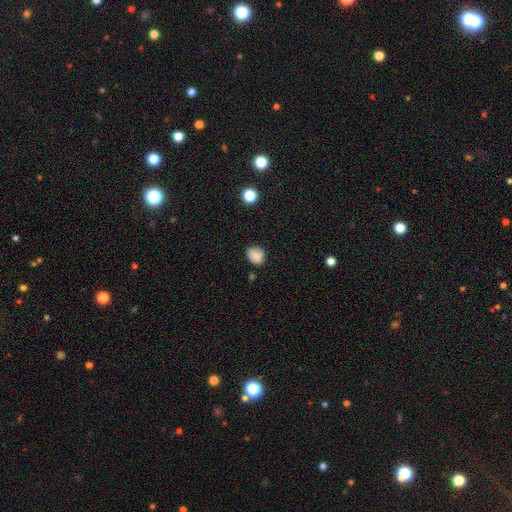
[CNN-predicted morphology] Overall: smooth (79%). How rounded: round (56%; in between 43%). Merging: none (71%).